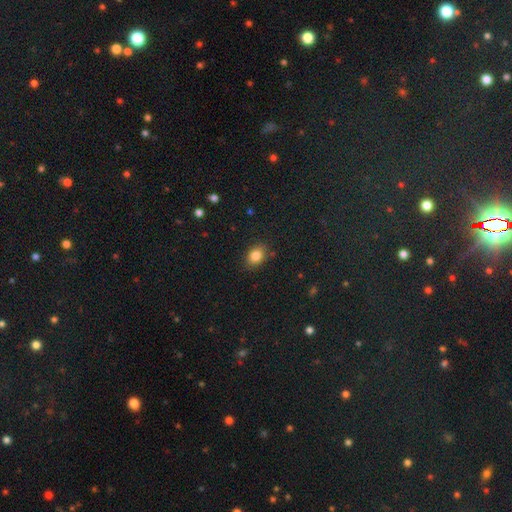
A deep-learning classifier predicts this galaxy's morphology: type=smooth (84%); roundness=in between (68%); merging=none (84%).